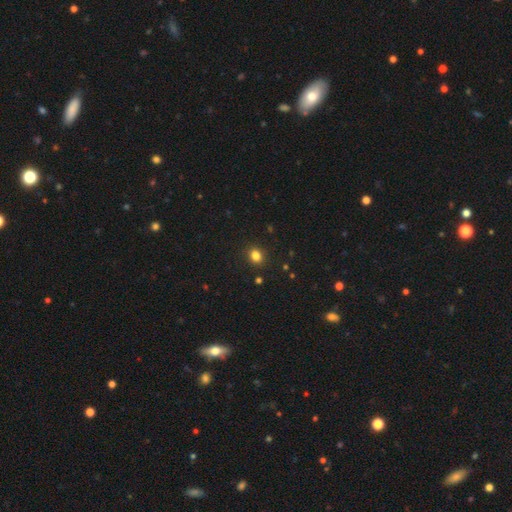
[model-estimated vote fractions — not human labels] Smooth or featured?
  - smooth: 82% *
  - star or artifact: 13%
  - featured or disk: 5%
How rounded?
  - round: 71% *
  - in between: 29%
  - cigar-shaped: 1%
Merging?
  - none: 90% *
  - minor disturbance: 6%
  - major disturbance: 2%
  - merger: 1%